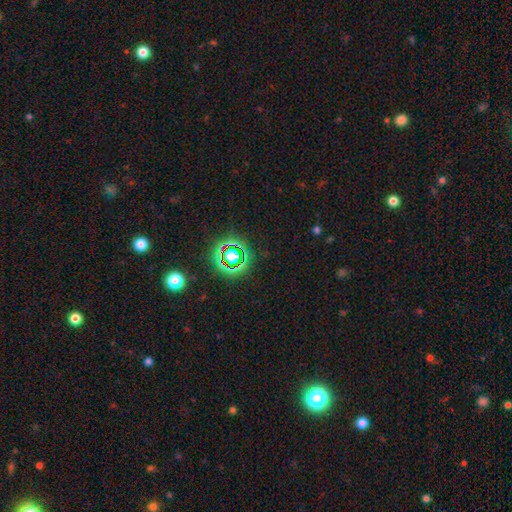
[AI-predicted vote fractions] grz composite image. It shows a star or artifact, not a galaxy (74%).